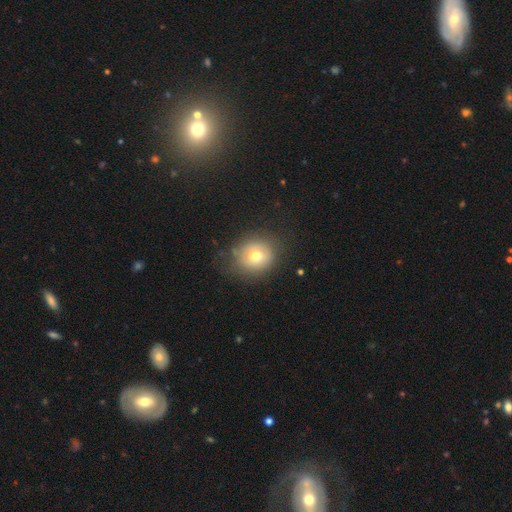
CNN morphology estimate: type=smooth (68%); roundness=round (80%); merging=none (77%).